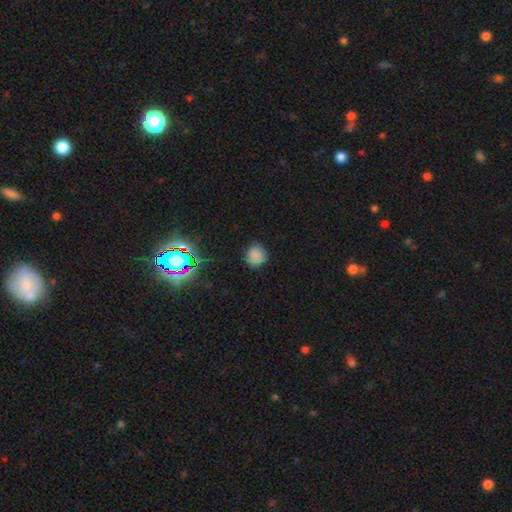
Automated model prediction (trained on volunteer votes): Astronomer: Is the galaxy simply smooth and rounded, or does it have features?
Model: smooth — 80%.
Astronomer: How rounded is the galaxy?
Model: round — 83%.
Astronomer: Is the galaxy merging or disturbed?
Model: none — 85%.